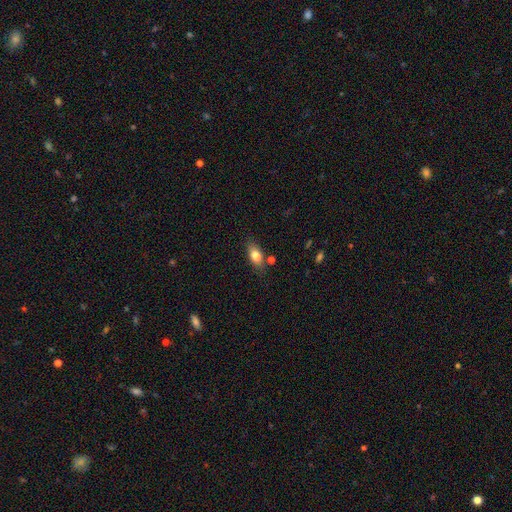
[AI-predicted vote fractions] A smooth galaxy with no disk features (78%) that is in between round and cigar-shaped (83%).

Vote fractions:
- Smooth or featured? smooth: 78% / featured or disk: 14% / star or artifact: 8%
- How rounded? in between: 83% / cigar-shaped: 11% / round: 6%
- Merging? none: 73% / minor disturbance: 17% / merger: 7% / major disturbance: 4%